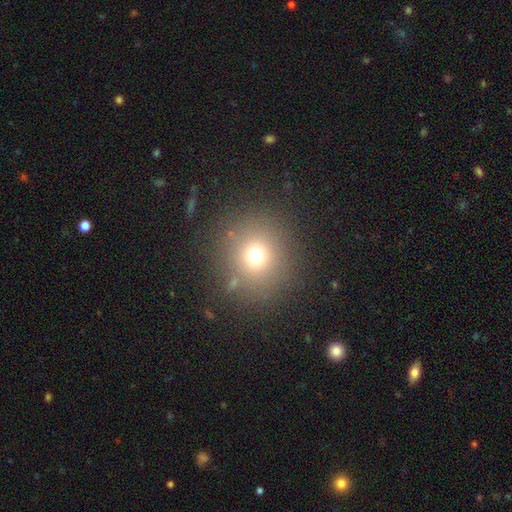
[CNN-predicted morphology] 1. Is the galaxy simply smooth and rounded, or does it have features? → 69% smooth, 20% star or artifact, 11% featured or disk.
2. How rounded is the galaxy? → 88% round, 11% in between, 1% cigar-shaped.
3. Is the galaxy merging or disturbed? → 83% none, 9% minor disturbance, 5% major disturbance, 3% merger.